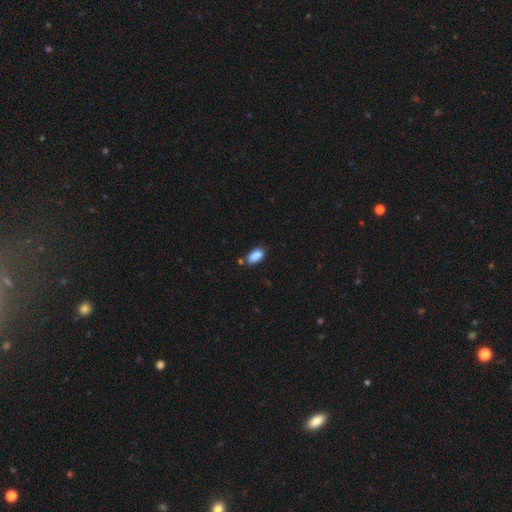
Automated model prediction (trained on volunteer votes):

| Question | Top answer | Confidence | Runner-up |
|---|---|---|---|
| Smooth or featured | smooth | 87% | star or artifact (8%) |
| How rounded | in between | 90% | cigar-shaped (7%) |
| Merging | none | 70% | minor disturbance (18%) |